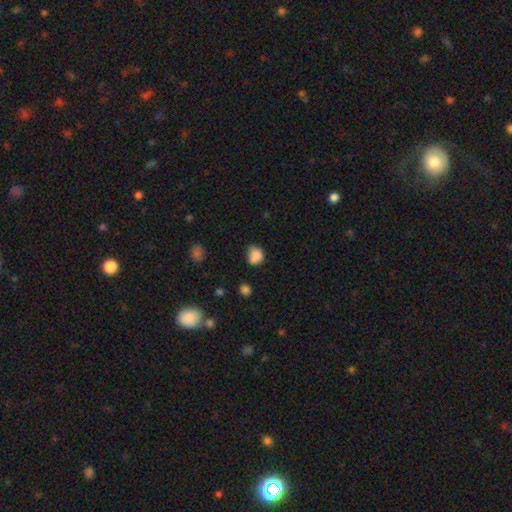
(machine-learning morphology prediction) Smooth or featured: smooth — 82% (star or artifact — 10%)
How rounded: round — 60% (in between — 39%)
Merging: none — 50% (minor disturbance — 30%)